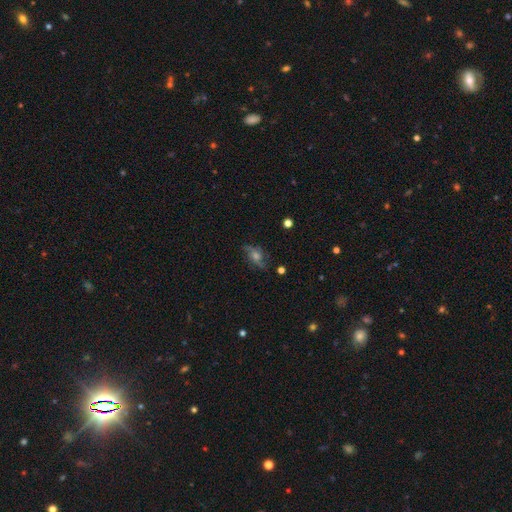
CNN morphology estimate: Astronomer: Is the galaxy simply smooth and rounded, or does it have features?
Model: featured or disk — 60%.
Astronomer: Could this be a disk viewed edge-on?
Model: no — 88%.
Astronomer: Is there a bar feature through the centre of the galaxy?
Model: no — 68%.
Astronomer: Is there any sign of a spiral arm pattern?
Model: yes — 86%.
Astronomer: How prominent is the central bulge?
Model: moderate — 52% (runner-up: small, 27%).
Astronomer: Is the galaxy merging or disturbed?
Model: none — 72%.